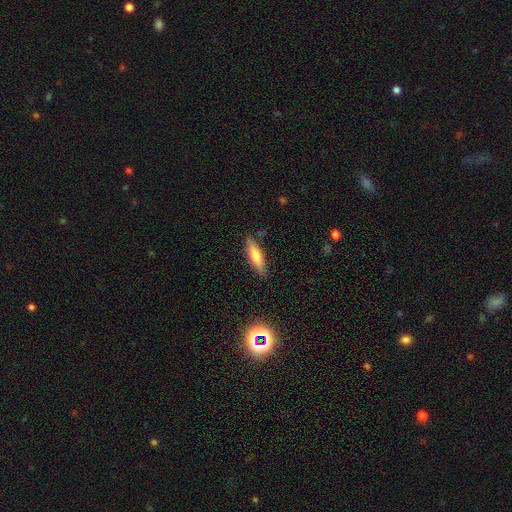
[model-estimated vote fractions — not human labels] The model was most divided on "how rounded": cigar-shaped: 65%, in between: 33%, round: 2%. More confident: merging — none (84%); smooth or featured — smooth (72%).